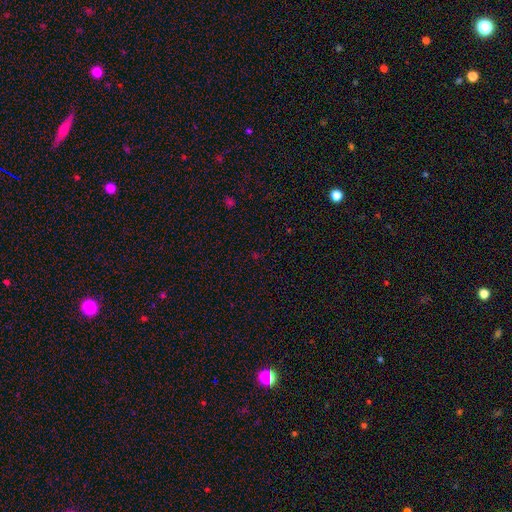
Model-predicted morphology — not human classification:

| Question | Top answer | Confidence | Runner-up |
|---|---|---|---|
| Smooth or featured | star or artifact | 64% | smooth (29%) |